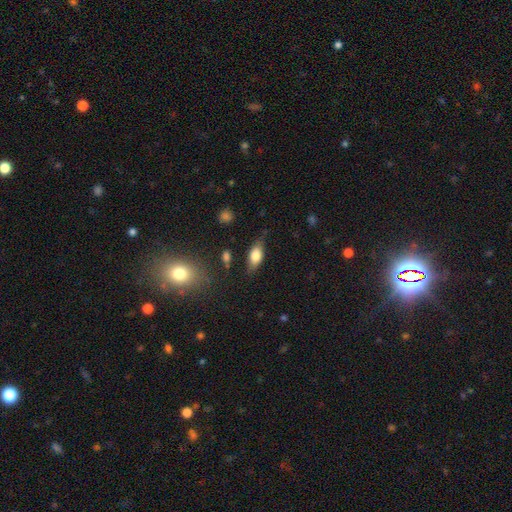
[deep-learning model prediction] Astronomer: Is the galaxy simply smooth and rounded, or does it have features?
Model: smooth — 71%.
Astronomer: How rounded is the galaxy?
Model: in between — 83%.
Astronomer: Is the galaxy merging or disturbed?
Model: none — 71%.